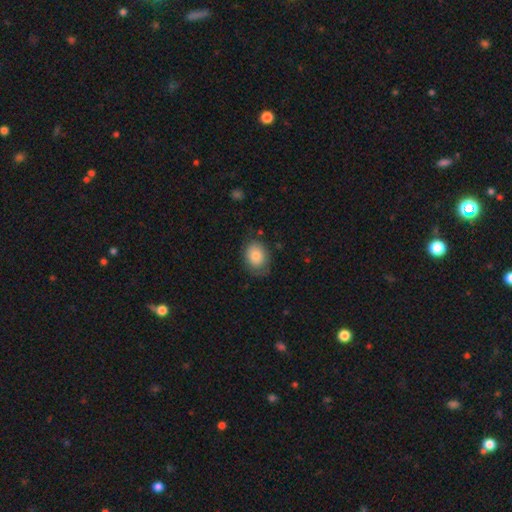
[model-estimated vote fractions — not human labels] Smooth or featured? smooth (80%)
How rounded? in between (56%)
Merging? none (70%)